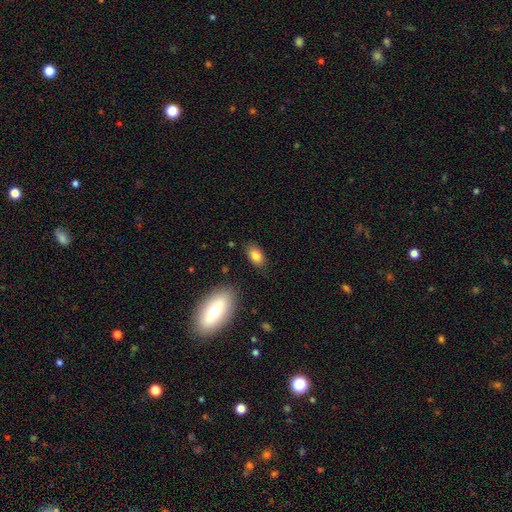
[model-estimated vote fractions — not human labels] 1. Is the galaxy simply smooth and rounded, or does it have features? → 83% smooth, 9% featured or disk, 8% star or artifact.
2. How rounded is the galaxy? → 89% in between, 8% round, 3% cigar-shaped.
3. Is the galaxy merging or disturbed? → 83% none, 12% minor disturbance, 3% major disturbance, 2% merger.